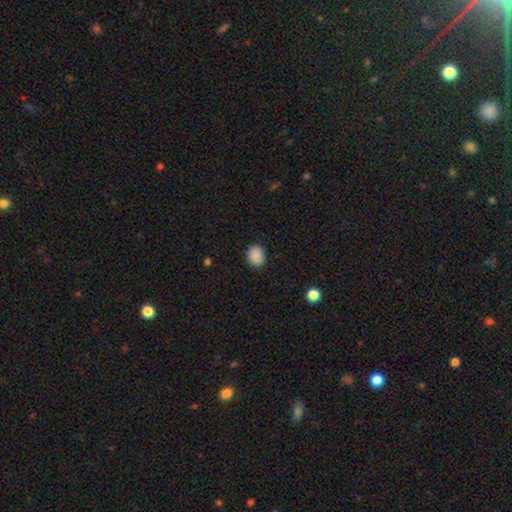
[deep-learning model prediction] smooth-or-featured: smooth: 89% | star or artifact: 8% | featured or disk: 3%
  how-rounded: round: 52% | in between: 47% | cigar-shaped: 1%
  merging: none: 89% | minor disturbance: 8% | major disturbance: 2% | merger: 1%